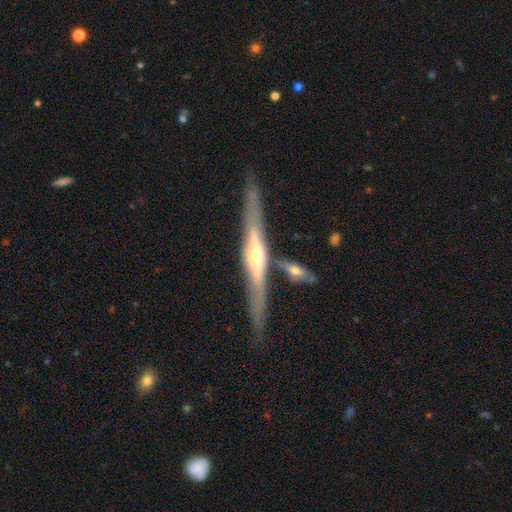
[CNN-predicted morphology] This is clearly a featured or disk galaxy (81%). It is clearly viewed edge-on (96%). Edge-on bulge: likely rounded (80%). Merging: clearly none (81%).